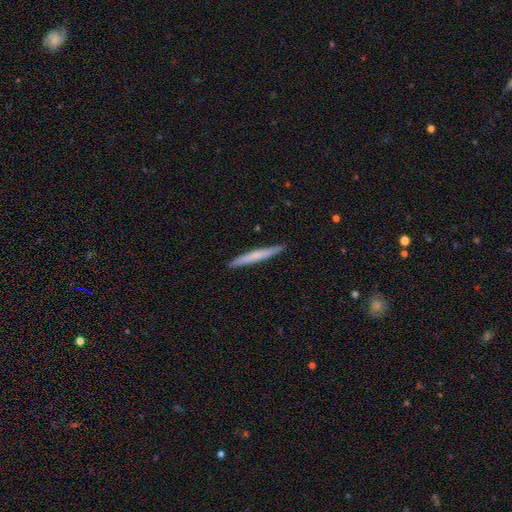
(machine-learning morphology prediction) This is possibly a smooth galaxy (57%). How rounded: clearly cigar-shaped (97%). Merging: clearly none (92%).